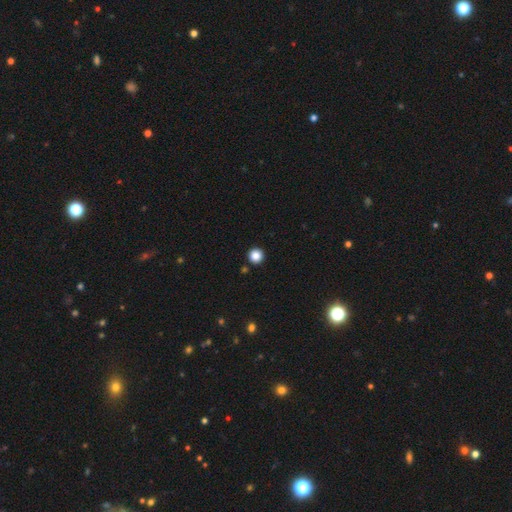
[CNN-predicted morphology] type=smooth (86%); roundness=round (96%); merging=none (93%).